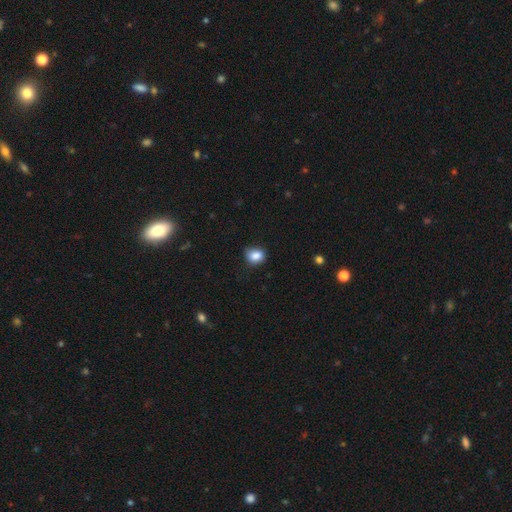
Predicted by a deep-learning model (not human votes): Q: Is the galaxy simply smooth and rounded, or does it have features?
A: smooth — 85%.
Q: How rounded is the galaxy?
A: round — 51%.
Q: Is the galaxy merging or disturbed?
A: none — 69%.